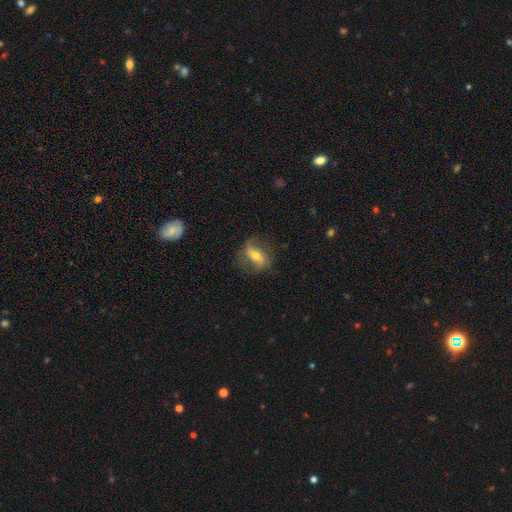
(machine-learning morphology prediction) Overall: featured or disk (57%; smooth 35%). Edge-on disk: no (83%). Merging: none (69%).